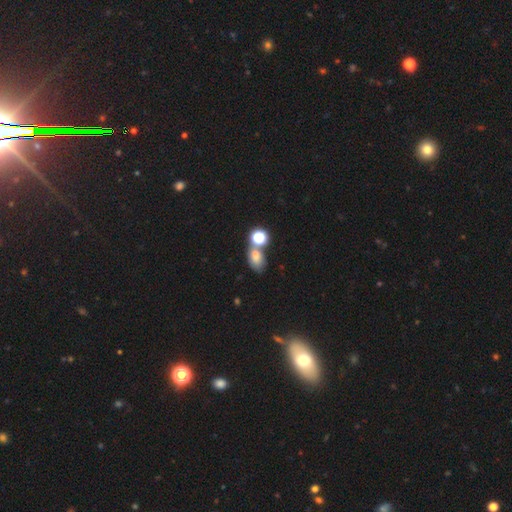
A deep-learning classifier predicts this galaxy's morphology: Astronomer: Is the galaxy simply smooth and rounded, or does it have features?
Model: smooth — 68%.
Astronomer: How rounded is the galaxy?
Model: in between — 77%.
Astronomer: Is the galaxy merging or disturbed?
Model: none — 42% (runner-up: merger, 35%).